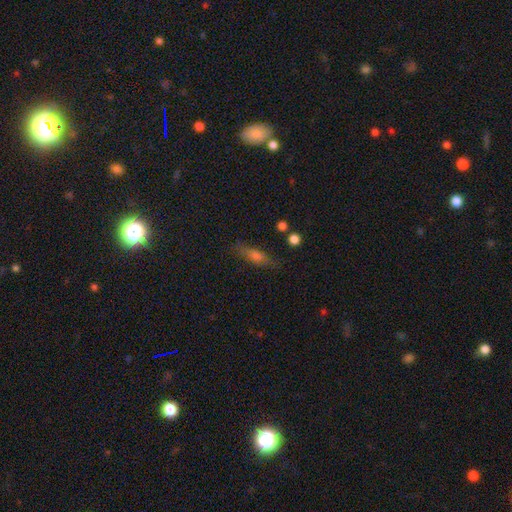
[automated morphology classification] smooth 54%, featured or disk 32%, star or artifact 14%. Down the decision tree: how rounded — cigar-shaped (57%); merging — none (76%).